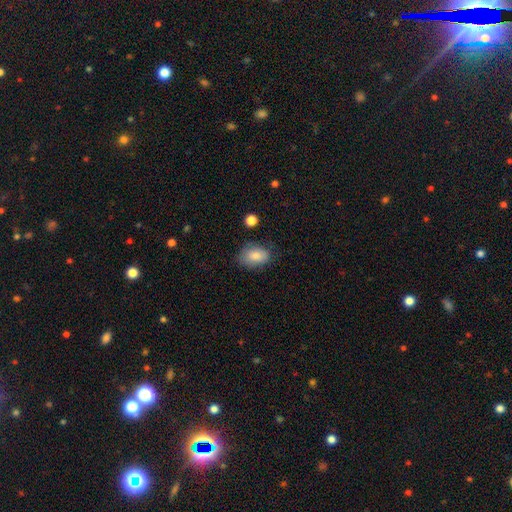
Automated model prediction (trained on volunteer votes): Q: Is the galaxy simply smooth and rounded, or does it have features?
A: smooth — 84%.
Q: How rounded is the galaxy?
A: in between — 85%.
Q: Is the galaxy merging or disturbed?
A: none — 70%.